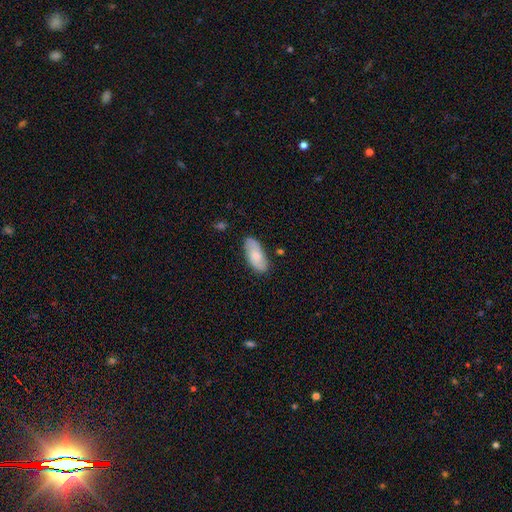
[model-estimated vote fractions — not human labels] The model was most divided on "smooth or featured": smooth: 68%, featured or disk: 26%, star or artifact: 6%. More confident: how rounded — in between (89%); merging — none (82%).